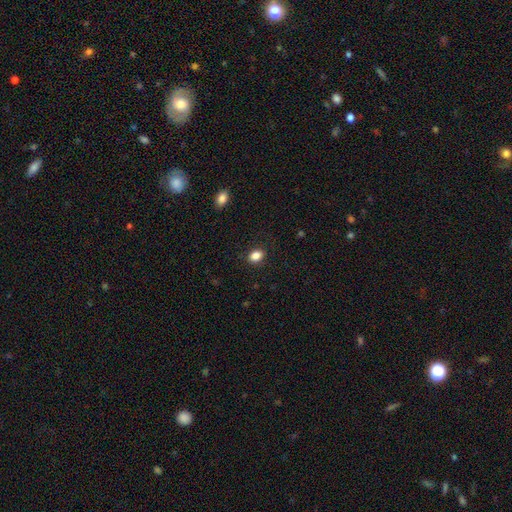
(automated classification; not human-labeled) Smooth or featured? smooth (87%)
How rounded? in between (70%)
Merging? none (86%)